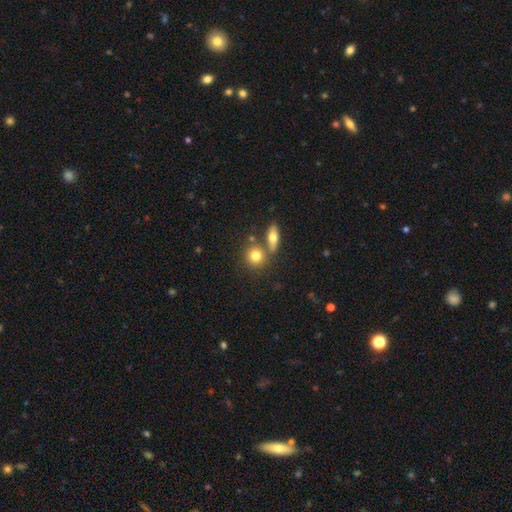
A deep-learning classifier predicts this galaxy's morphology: Smooth or featured? Predicted: smooth (p=0.78). How rounded? Predicted: round (p=0.78). Merging? Predicted: none (p=0.61).